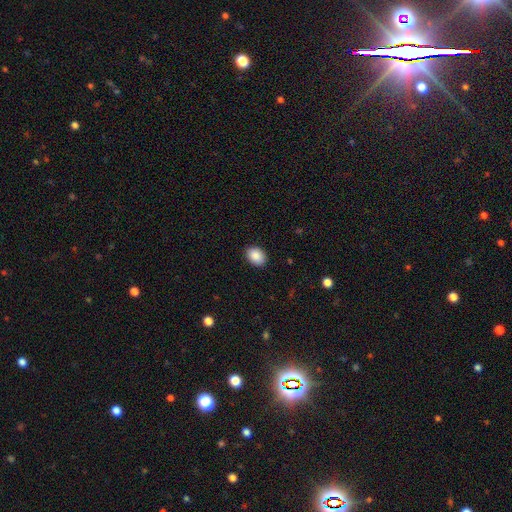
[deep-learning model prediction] This is clearly a smooth galaxy (89%). How rounded: likely in between (76%). Merging: clearly none (89%).